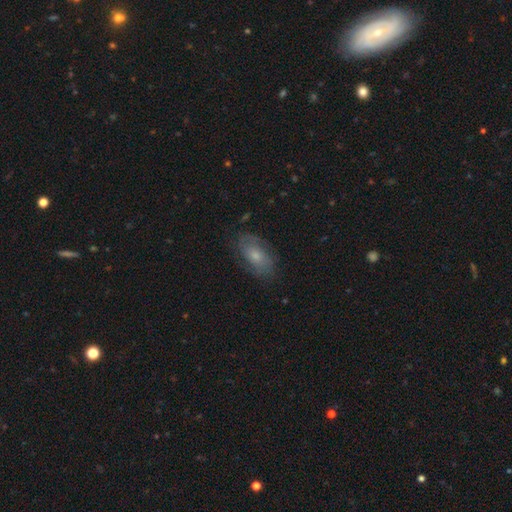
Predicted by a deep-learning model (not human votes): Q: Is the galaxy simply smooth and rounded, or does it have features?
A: smooth — 50%.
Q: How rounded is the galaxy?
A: in between — 89%.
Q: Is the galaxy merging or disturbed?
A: none — 74%.